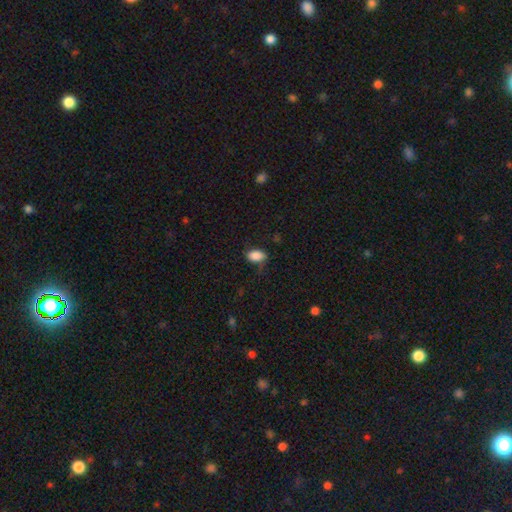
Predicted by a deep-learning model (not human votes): smooth_or_featured: smooth (p=0.87) [alt: star or artifact p=0.08]
how_rounded: in between (p=0.90) [alt: round p=0.08]
merging: none (p=0.71) [alt: minor disturbance p=0.21]